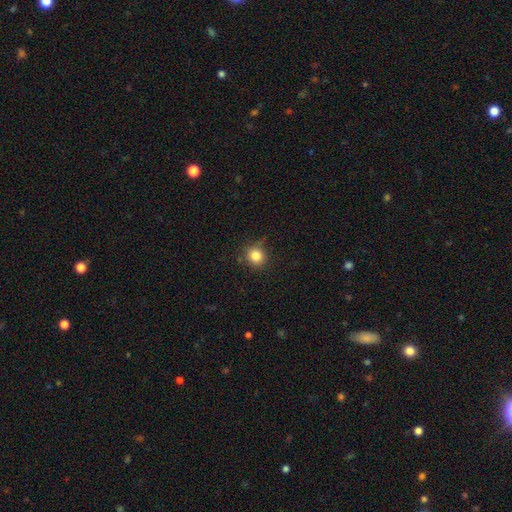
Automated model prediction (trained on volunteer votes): smooth-or-featured: smooth: 82% | star or artifact: 12% | featured or disk: 6%
  how-rounded: round: 91% | in between: 8% | cigar-shaped: 1%
  merging: none: 79% | minor disturbance: 15% | major disturbance: 4% | merger: 2%